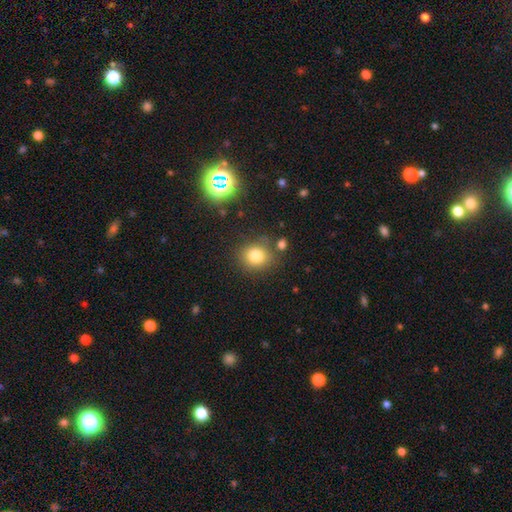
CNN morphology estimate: Smooth or featured: smooth — 79% (star or artifact — 13%)
How rounded: round — 78% (in between — 22%)
Merging: none — 79% (minor disturbance — 11%)